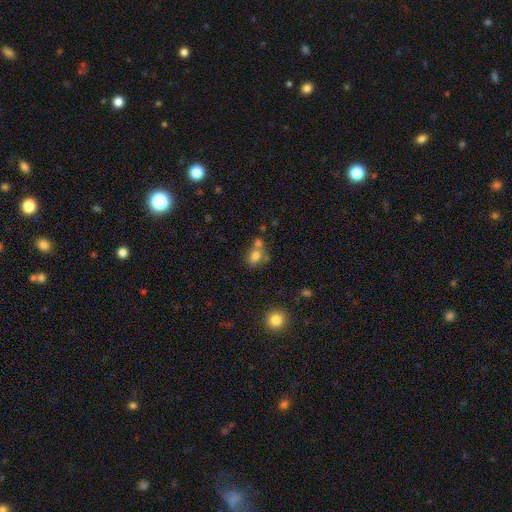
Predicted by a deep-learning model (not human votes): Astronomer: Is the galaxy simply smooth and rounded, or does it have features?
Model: smooth — 75%.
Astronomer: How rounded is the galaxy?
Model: round — 53% (runner-up: in between, 46%).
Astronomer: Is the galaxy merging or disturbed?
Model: none — 43% (runner-up: merger, 37%).